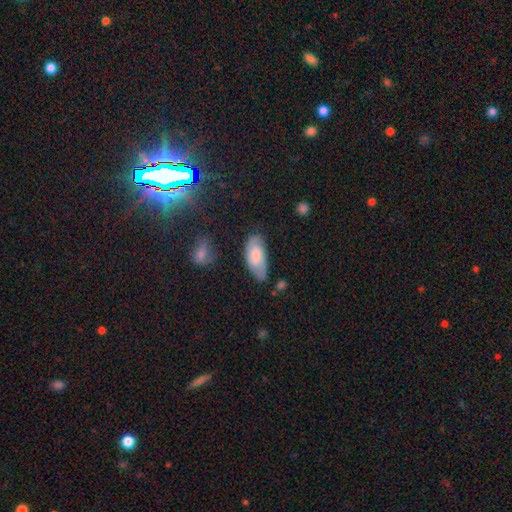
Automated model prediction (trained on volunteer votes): smooth 66%, featured or disk 28%, star or artifact 6%. Down the decision tree: how rounded — in between (88%); merging — none (65%).